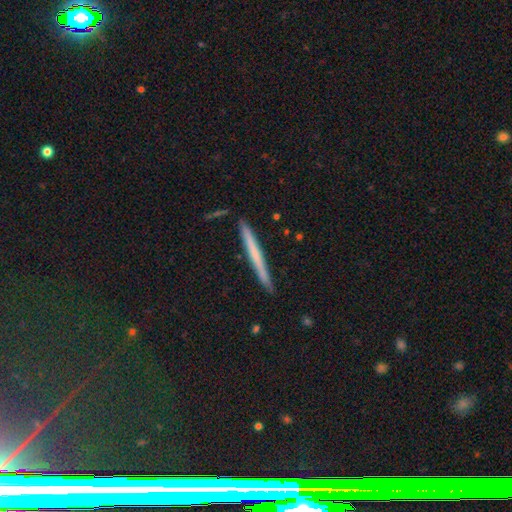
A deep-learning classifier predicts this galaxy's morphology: smooth_or_featured: smooth (p=0.52) [alt: featured or disk p=0.42]
how_rounded: cigar-shaped (p=0.97) [alt: in between p=0.01]
merging: none (p=0.90) [alt: minor disturbance p=0.07]